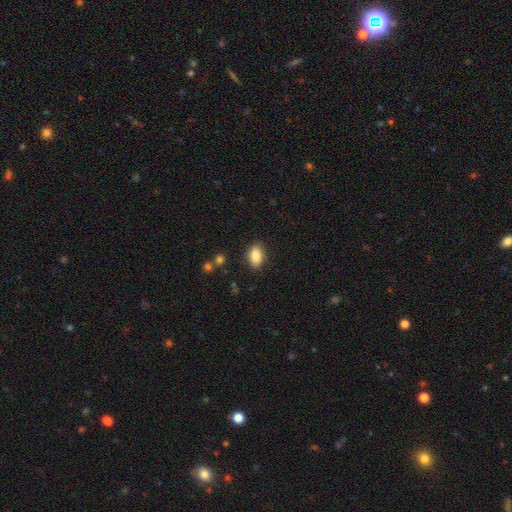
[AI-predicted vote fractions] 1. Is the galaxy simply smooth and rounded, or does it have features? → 88% smooth, 8% star or artifact, 5% featured or disk.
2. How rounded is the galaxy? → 89% in between, 9% round, 2% cigar-shaped.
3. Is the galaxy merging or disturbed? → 86% none, 10% minor disturbance, 3% major disturbance, 2% merger.